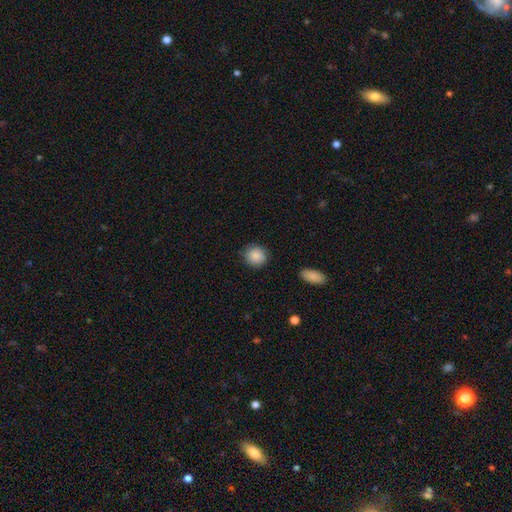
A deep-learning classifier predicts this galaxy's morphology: This appears to be a smooth galaxy with no disk features (88%) that is round (87%). Merging: none (85%).